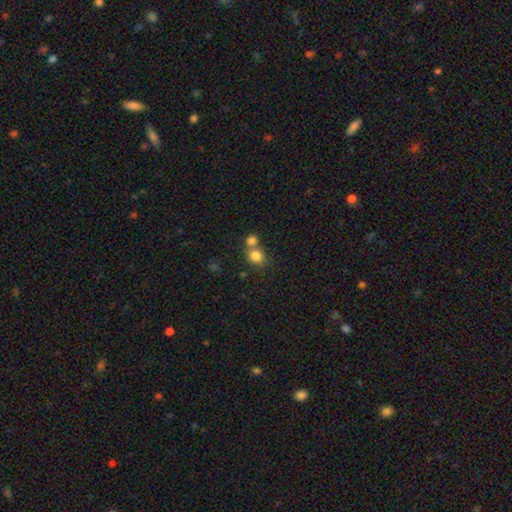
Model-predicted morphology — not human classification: Smooth or featured? Predicted: smooth (p=0.81). How rounded? Predicted: round (p=0.78). Merging? Predicted: none (p=0.46).